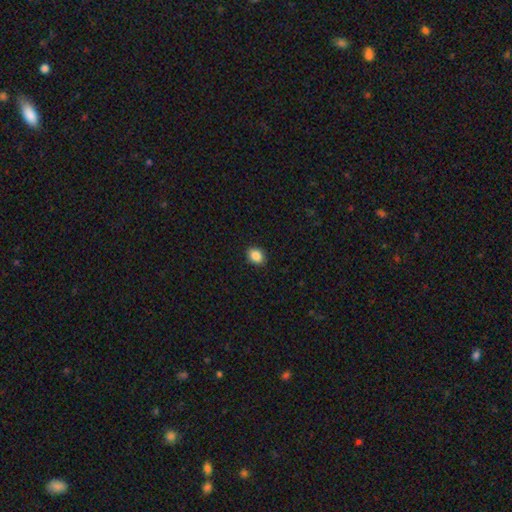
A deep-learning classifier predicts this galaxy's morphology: Q: Smooth or featured?
A: smooth (88%); runner-up: star or artifact (9%)
Q: How rounded?
A: in between (58%); runner-up: round (40%)
Q: Merging?
A: none (89%); runner-up: minor disturbance (8%)